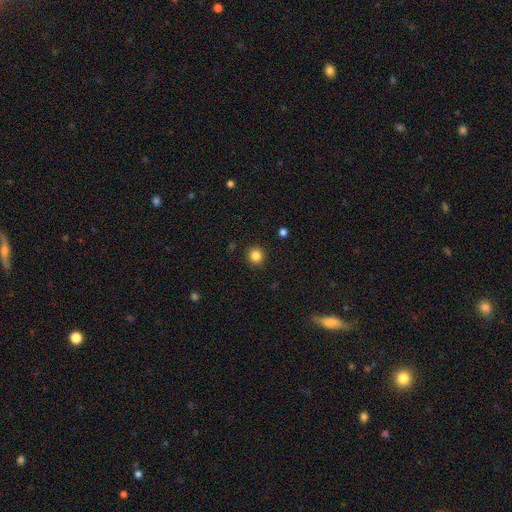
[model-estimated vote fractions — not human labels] Morphology: type=smooth (84%); roundness=round (93%); merging=none (92%).